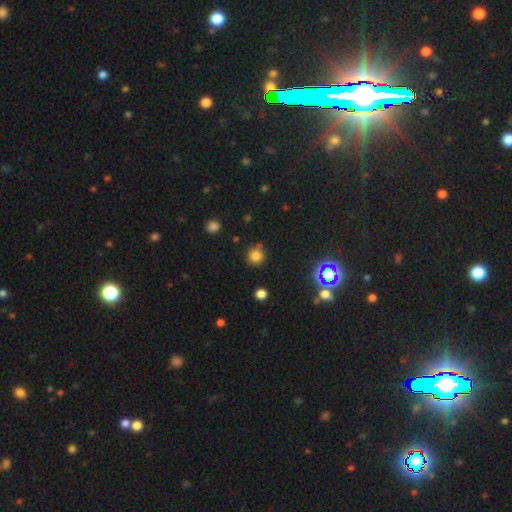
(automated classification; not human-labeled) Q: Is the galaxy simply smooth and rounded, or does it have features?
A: smooth — 77%.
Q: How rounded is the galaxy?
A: round — 93%.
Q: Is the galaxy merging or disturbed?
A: none — 81%.